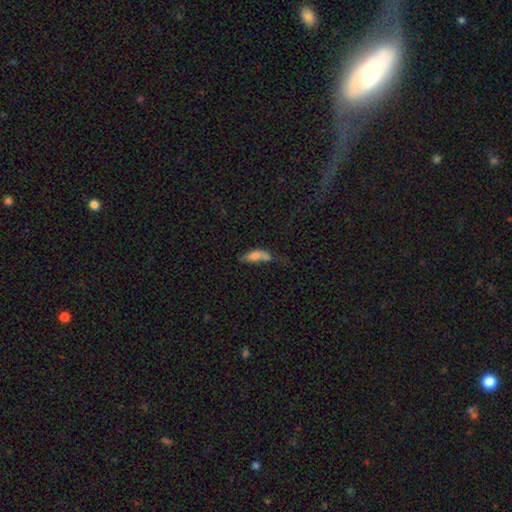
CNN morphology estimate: Smooth or featured: smooth — 70% (featured or disk — 20%)
How rounded: in between — 68% (cigar-shaped — 28%)
Merging: merger — 28% (tied with none — 28%)